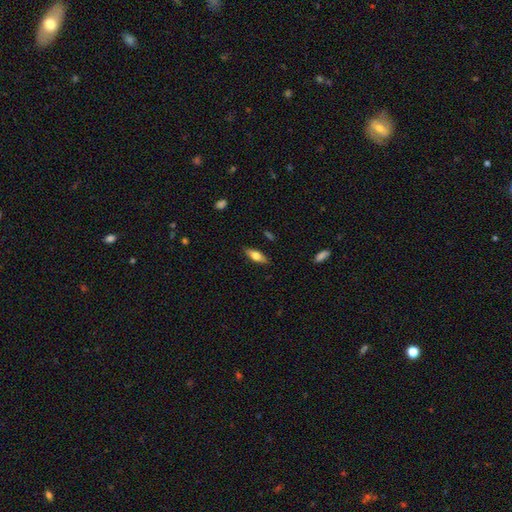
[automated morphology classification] This is likely a smooth galaxy (64%). How rounded: likely in between (70%). Merging: clearly none (86%).